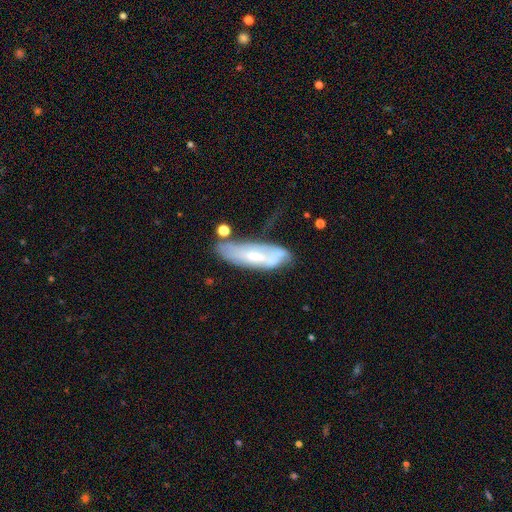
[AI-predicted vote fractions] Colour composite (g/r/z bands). It shows a featured or disk galaxy (54%). Merging: none (40%).